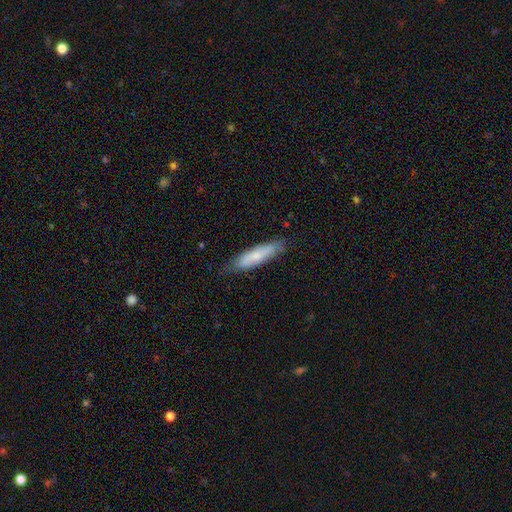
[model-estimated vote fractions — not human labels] A smooth galaxy with no disk features (64%) that is cigar-shaped (78%). Merging: none (79%).